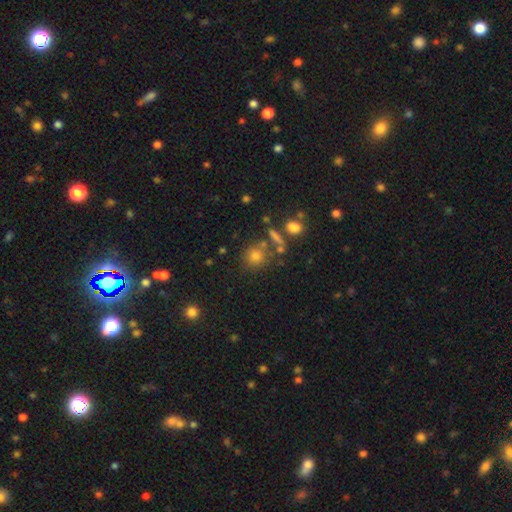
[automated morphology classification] Smooth or featured?
  - smooth: 69% *
  - star or artifact: 21%
  - featured or disk: 10%
How rounded?
  - round: 87% *
  - in between: 12%
  - cigar-shaped: 1%
Merging?
  - none: 71% *
  - merger: 13%
  - minor disturbance: 11%
  - major disturbance: 5%